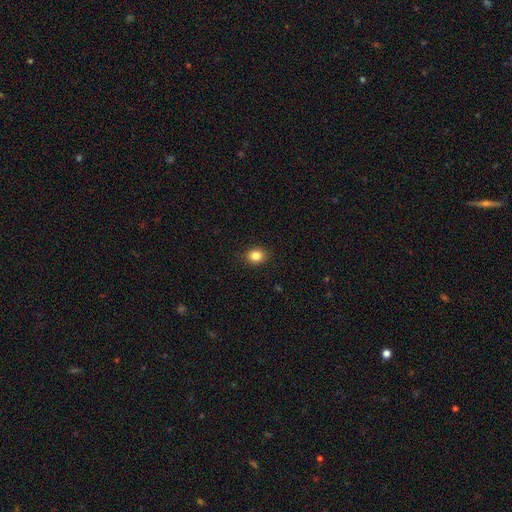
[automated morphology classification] Overall: smooth (84%). How rounded: round (53%; in between 46%). Merging: none (90%).